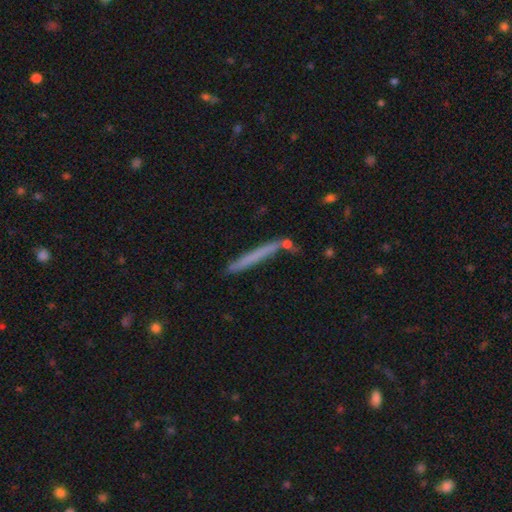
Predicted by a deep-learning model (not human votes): Morphology: type=smooth (61%); roundness=cigar-shaped (97%); merging=none (83%).